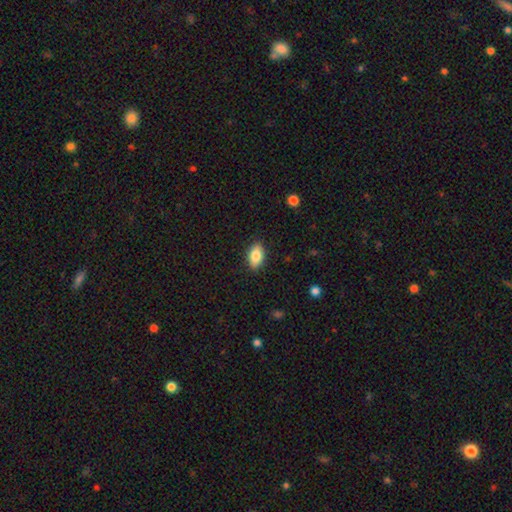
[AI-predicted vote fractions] Smooth or featured: smooth — 82% (featured or disk — 10%)
How rounded: in between — 90% (round — 6%)
Merging: none — 88% (minor disturbance — 9%)